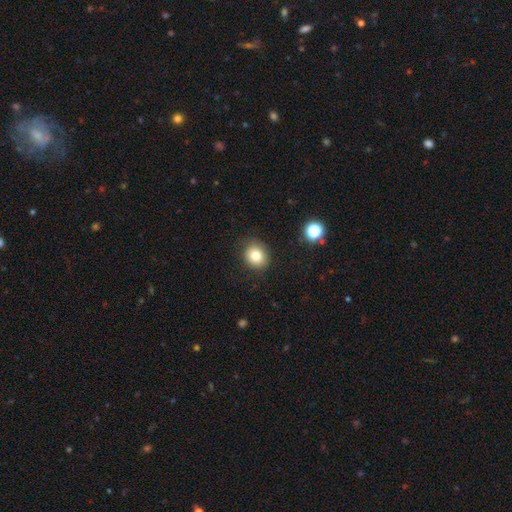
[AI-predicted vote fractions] Smooth or featured? smooth (79%)
How rounded? round (77%)
Merging? none (85%)